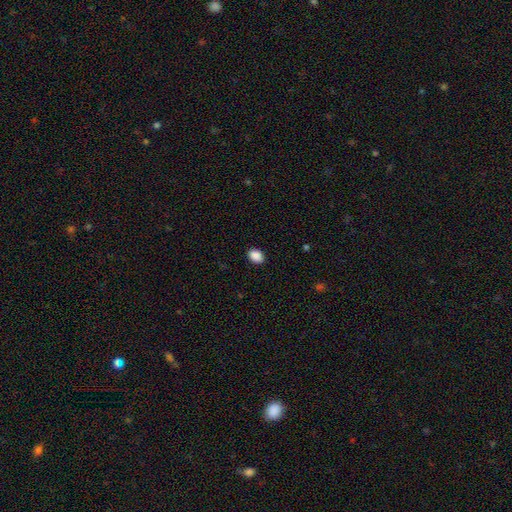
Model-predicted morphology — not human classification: smooth-or-featured: smooth: 90% | star or artifact: 8% | featured or disk: 3%
  how-rounded: in between: 73% | round: 27% | cigar-shaped: 1%
  merging: none: 90% | minor disturbance: 7% | major disturbance: 2% | merger: 1%